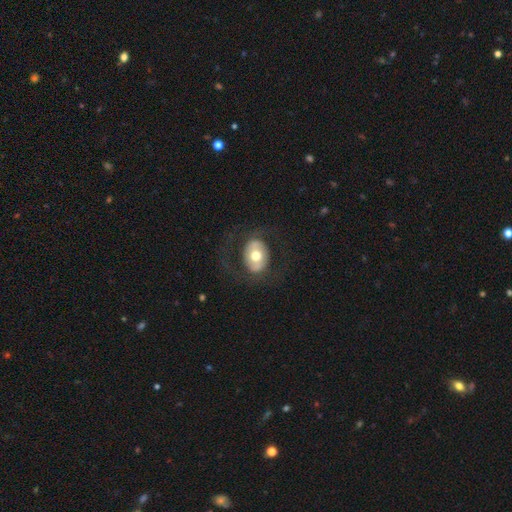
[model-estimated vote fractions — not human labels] smooth 47%, featured or disk 46%, star or artifact 7%. Down the decision tree: merging — none (73%).